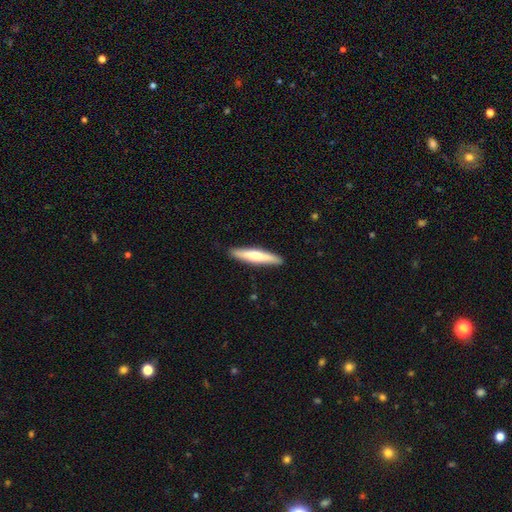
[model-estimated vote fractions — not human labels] A smooth galaxy with no disk features (60%) that is cigar-shaped (90%).

Vote fractions:
- Smooth or featured? smooth: 60% / featured or disk: 35% / star or artifact: 5%
- How rounded? cigar-shaped: 90% / in between: 9% / round: 1%
- Merging? none: 90% / minor disturbance: 7% / major disturbance: 1% / merger: 1%